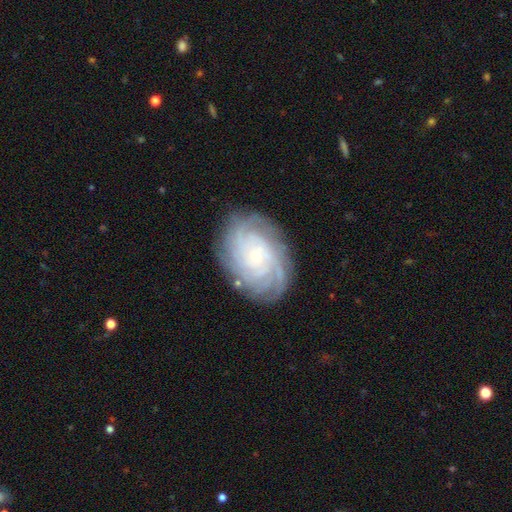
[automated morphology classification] type=featured or disk (83%); edge-on=no (97%); bar=no (77%); spiral arms=yes (97%); winding=tight (77%); arm count=4 (27%); bulge=small (83%); merging=none (81%).